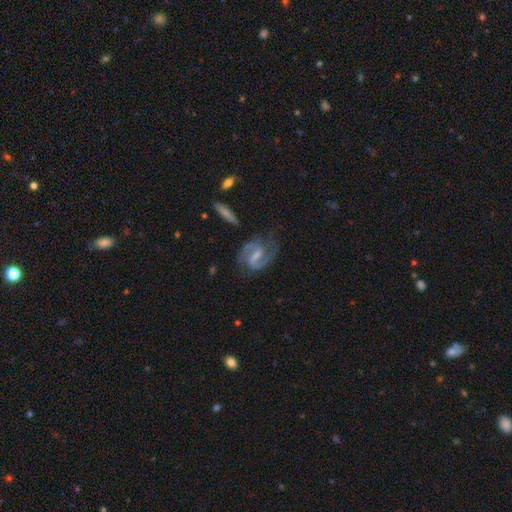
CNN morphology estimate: A featured or disk galaxy (90%) with a weak bar (50%), 2 (92%) medium (60%) spiral arms (98%) and a small central bulge (49%).

Vote fractions:
- Smooth or featured? featured or disk: 90% / star or artifact: 5% / smooth: 5%
- Edge-on disk? no: 97% / yes: 3%
- Bar? weak: 50% / strong: 37% / no: 13%
- Spiral arms? yes: 98% / no: 2%
- Spiral winding? medium: 60% / loose: 20% / tight: 19%
- Spiral arm count? 2: 92% / can't tell: 3% / 3: 2% / 1: 2% / 4: 1% / more than 4: 1%
- Bulge size? small: 49% / moderate: 30% / none: 18% / large: 2% / dominant: 1%
- Merging? none: 75% / minor disturbance: 15% / major disturbance: 7% / merger: 2%